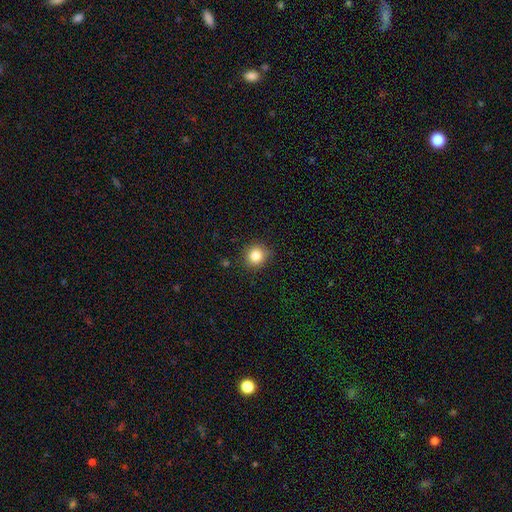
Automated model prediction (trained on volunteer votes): Q: Smooth or featured?
A: smooth (84%); runner-up: star or artifact (11%)
Q: How rounded?
A: round (89%); runner-up: in between (10%)
Q: Merging?
A: none (87%); runner-up: minor disturbance (9%)